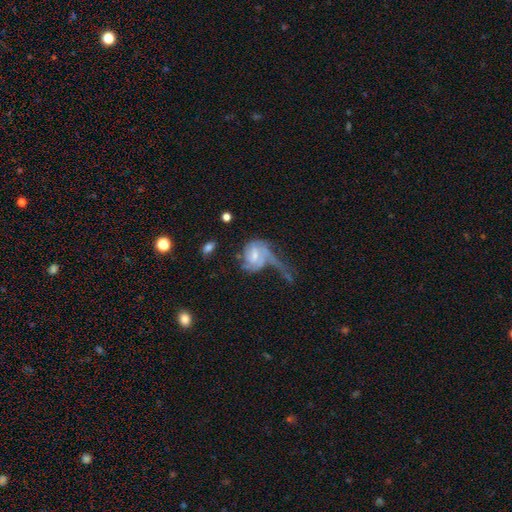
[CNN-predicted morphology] Smooth or featured?
  - featured or disk: 67% *
  - smooth: 25%
  - star or artifact: 8%
Edge-on disk?
  - no: 97% *
  - yes: 3%
Bar?
  - weak: 45% *
  - no: 43%
  - strong: 12%
Spiral arms?
  - yes: 78% *
  - no: 22%
Spiral winding?
  - loose: 35% *
  - medium: 34%
  - tight: 31%
Spiral arm count?
  - 2: 31% *
  - can't tell: 28%
  - 1: 27%
  - 3: 8%
  - 4: 3%
  - more than 4: 3%
Bulge size?
  - small: 43% *
  - moderate: 37%
  - none: 13%
  - large: 6%
  - dominant: 2%
Merging?
  - major disturbance: 53% *
  - none: 18%
  - minor disturbance: 15%
  - merger: 13%